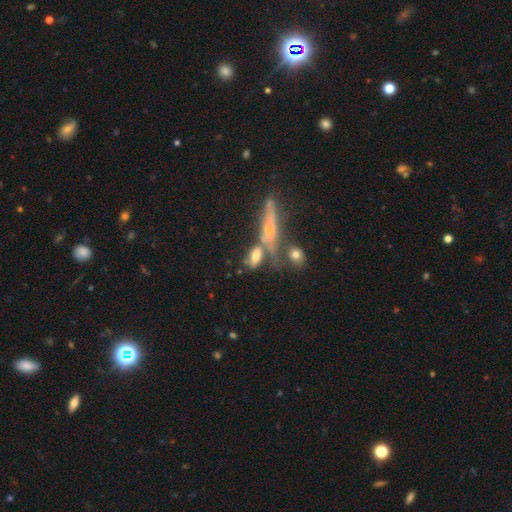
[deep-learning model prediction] smooth-or-featured: smooth: 61% | featured or disk: 28% | star or artifact: 11%
  how-rounded: in between: 68% | cigar-shaped: 26% | round: 7%
  merging: none: 42% | merger: 36% | minor disturbance: 14% | major disturbance: 8%